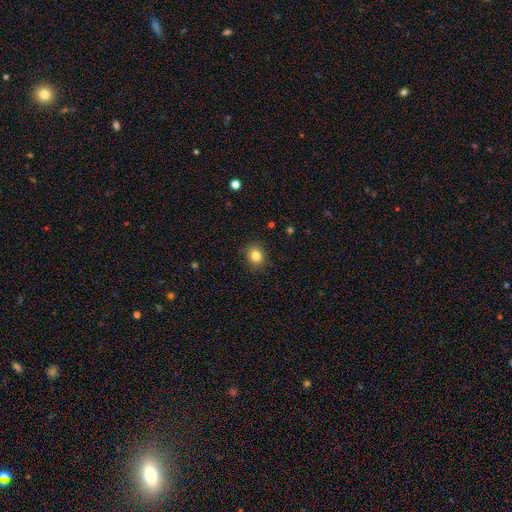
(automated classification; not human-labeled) Smooth or featured?
  - smooth: 83% *
  - star or artifact: 11%
  - featured or disk: 6%
How rounded?
  - round: 66% *
  - in between: 33%
  - cigar-shaped: 1%
Merging?
  - none: 88% *
  - minor disturbance: 9%
  - major disturbance: 2%
  - merger: 1%